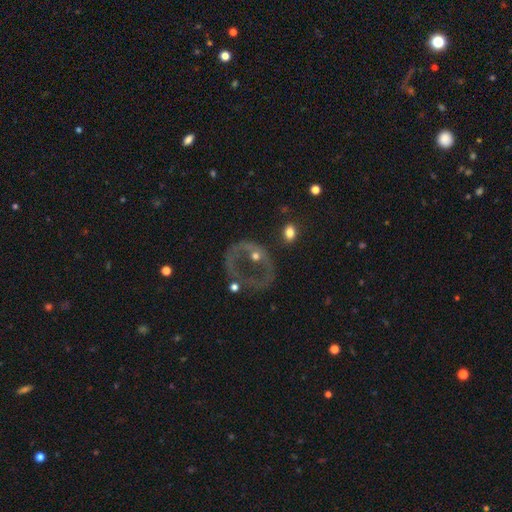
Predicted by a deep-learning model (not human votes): Overall: featured or disk (58%; smooth 30%). Edge-on disk: no (96%). Bar: no (84%). Spiral arms: no (82%). Bulge size: moderate (48%; small 31%). Merging: none (46%; major disturbance 30%).